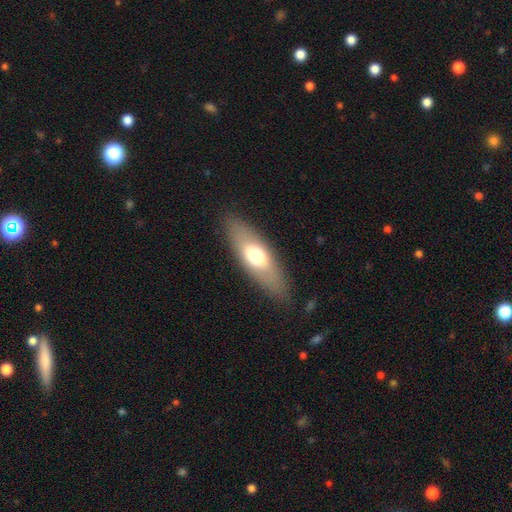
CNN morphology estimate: This appears to be a smooth galaxy with no disk features (62%) that is in between round and cigar-shaped (64%). Merging: none (85%).